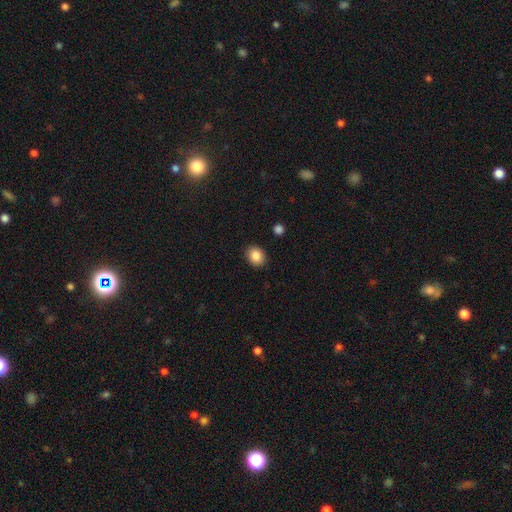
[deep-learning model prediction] Smooth or featured?
  - smooth: 88% *
  - star or artifact: 9%
  - featured or disk: 4%
How rounded?
  - round: 52% *
  - in between: 47%
  - cigar-shaped: 1%
Merging?
  - none: 89% *
  - minor disturbance: 7%
  - major disturbance: 2%
  - merger: 1%